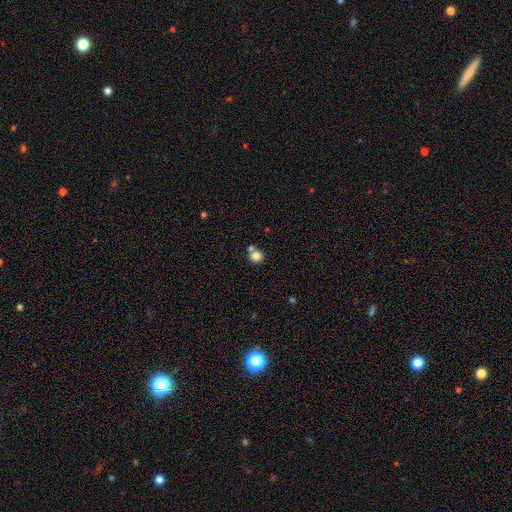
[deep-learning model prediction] This appears to be a smooth galaxy with no disk features (82%) that is round (90%). Merging: none (64%).